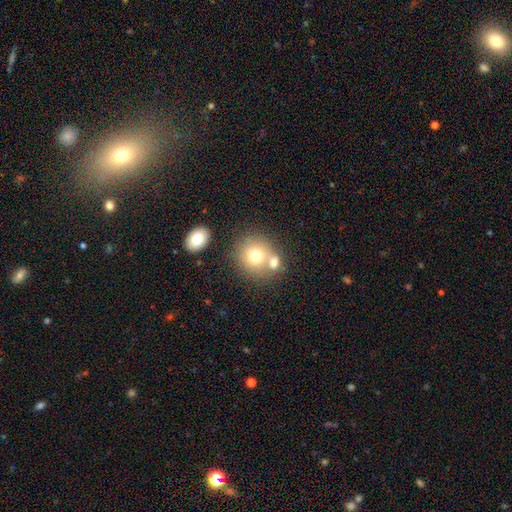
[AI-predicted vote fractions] Smooth or featured?
  - smooth: 73% *
  - featured or disk: 16%
  - star or artifact: 11%
How rounded?
  - round: 84% *
  - in between: 15%
  - cigar-shaped: 1%
Merging?
  - none: 52% *
  - merger: 36%
  - minor disturbance: 9%
  - major disturbance: 4%